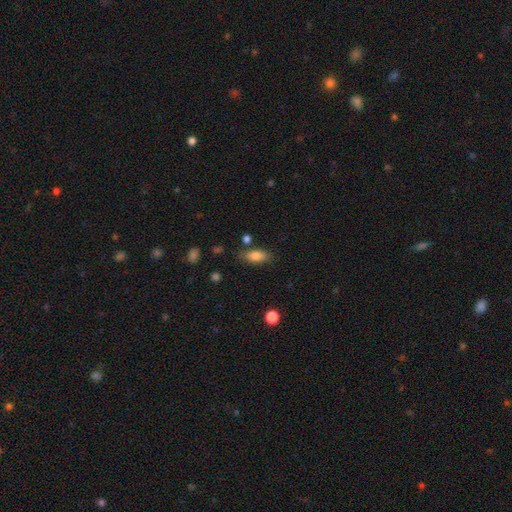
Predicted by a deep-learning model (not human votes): A smooth galaxy with no disk features (82%) that is in between round and cigar-shaped (85%).

Vote fractions:
- Smooth or featured? smooth: 82% / featured or disk: 10% / star or artifact: 8%
- How rounded? in between: 85% / cigar-shaped: 11% / round: 4%
- Merging? none: 76% / minor disturbance: 16% / merger: 5% / major disturbance: 4%